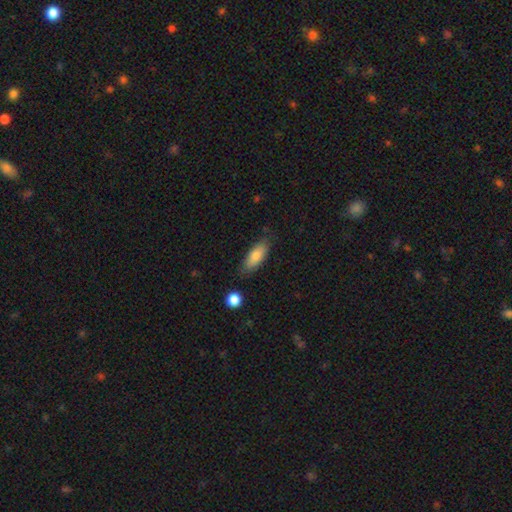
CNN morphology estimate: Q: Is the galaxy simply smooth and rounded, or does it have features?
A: smooth — 80%.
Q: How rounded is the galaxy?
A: in between — 69%.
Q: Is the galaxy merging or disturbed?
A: none — 79%.